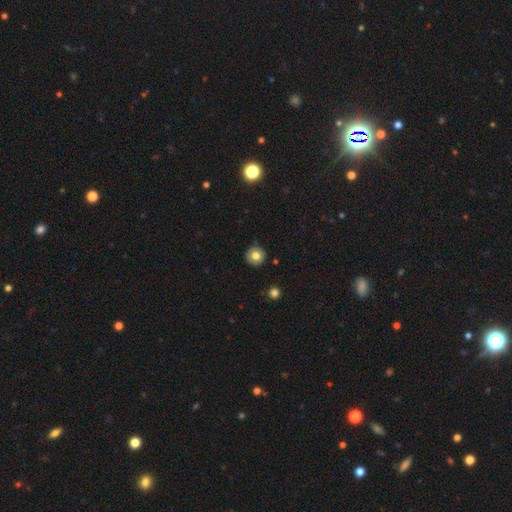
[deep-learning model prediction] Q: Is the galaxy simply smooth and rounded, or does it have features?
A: smooth — 76%.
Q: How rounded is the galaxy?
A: round — 93%.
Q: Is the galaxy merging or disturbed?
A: none — 90%.